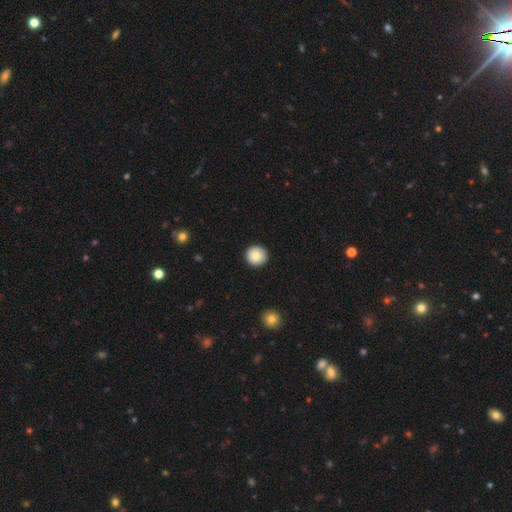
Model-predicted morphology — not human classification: The model was most divided on "smooth or featured": smooth: 83%, featured or disk: 9%, star or artifact: 8%. More confident: how rounded — round (95%); merging — none (92%).